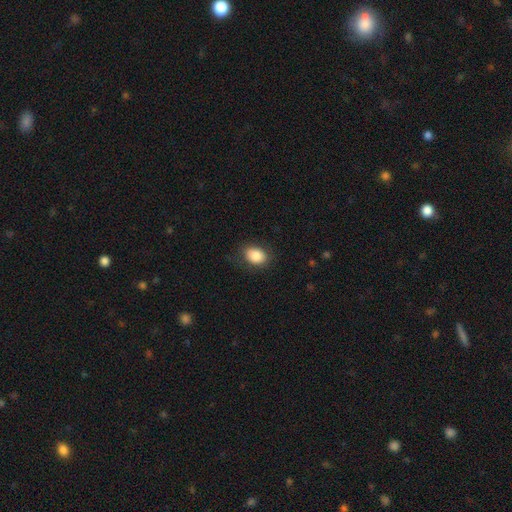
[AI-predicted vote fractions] Overall: smooth (87%). How rounded: in between (70%). Merging: none (82%).